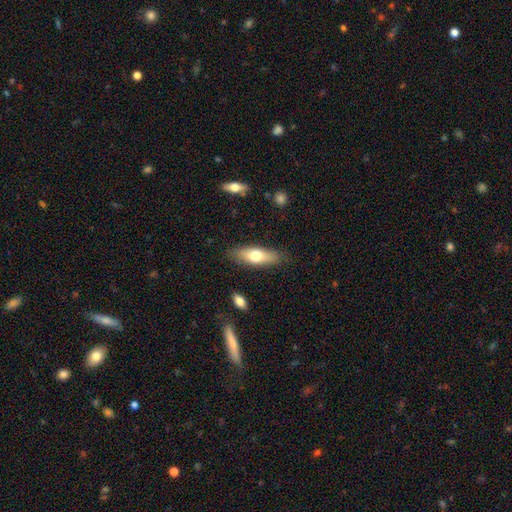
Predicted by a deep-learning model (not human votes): Q: Smooth or featured?
A: smooth (65%); runner-up: featured or disk (29%)
Q: How rounded?
A: in between (57%); runner-up: cigar-shaped (40%)
Q: Merging?
A: none (84%); runner-up: minor disturbance (12%)